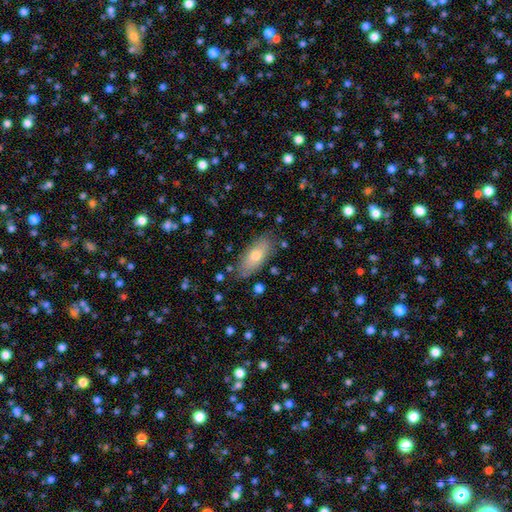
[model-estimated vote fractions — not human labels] Smooth or featured? smooth (66%)
How rounded? in between (84%)
Merging? none (82%)